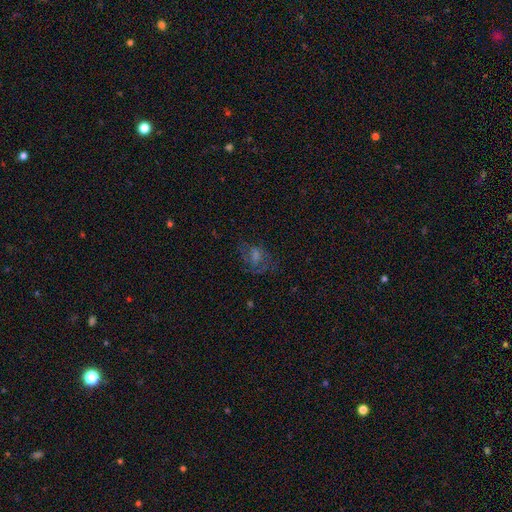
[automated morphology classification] smooth_or_featured: featured or disk (p=0.46) [alt: smooth p=0.28]
merging: none (p=0.60) [alt: minor disturbance p=0.19]